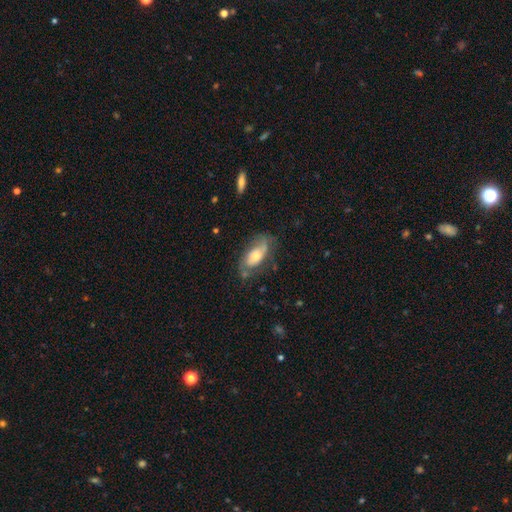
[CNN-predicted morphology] Smooth or featured? featured or disk (50%)
Merging? none (60%)